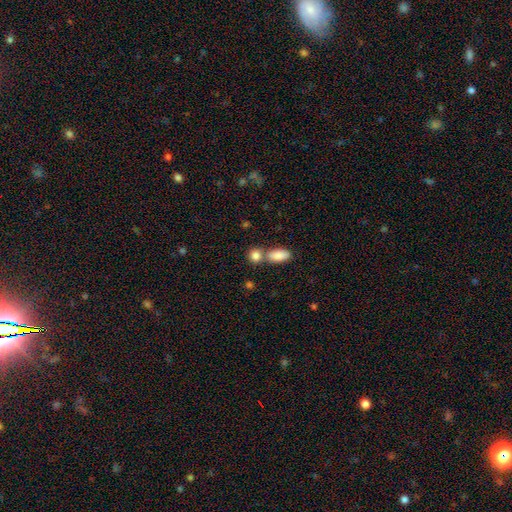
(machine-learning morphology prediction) smooth 85%, star or artifact 8%, featured or disk 7%. Down the decision tree: how rounded — round (59%); merging — none (51%).